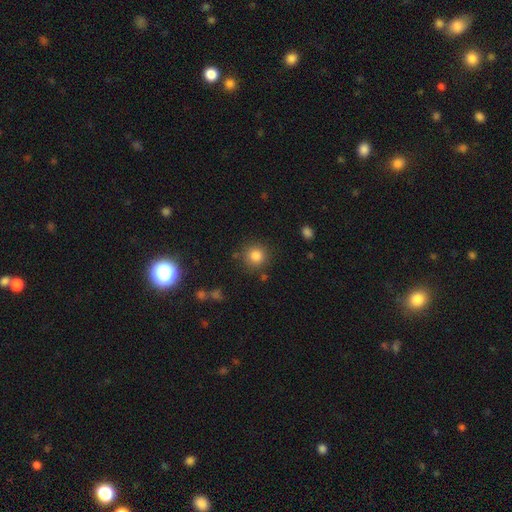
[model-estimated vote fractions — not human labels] smooth 83%, star or artifact 11%, featured or disk 6%. Down the decision tree: how rounded — round (93%); merging — none (86%).